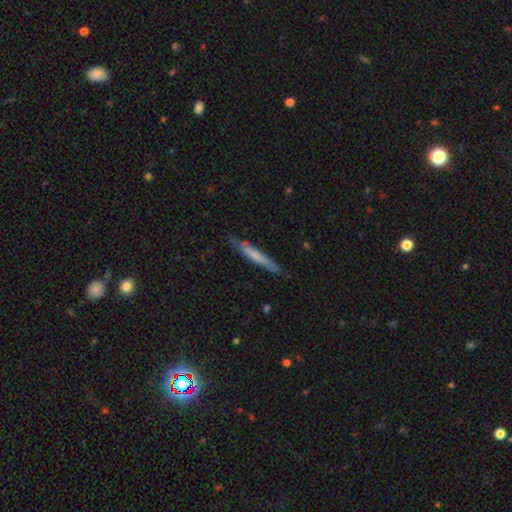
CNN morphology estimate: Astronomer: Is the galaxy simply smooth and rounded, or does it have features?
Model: smooth — 56% (runner-up: featured or disk, 38%).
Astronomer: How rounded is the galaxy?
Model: cigar-shaped — 95%.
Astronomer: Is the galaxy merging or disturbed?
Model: none — 81%.